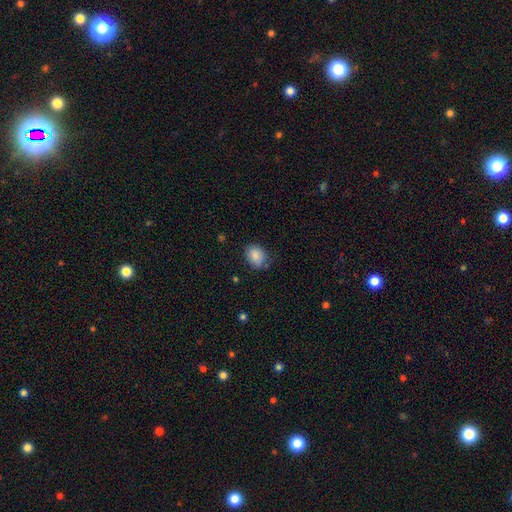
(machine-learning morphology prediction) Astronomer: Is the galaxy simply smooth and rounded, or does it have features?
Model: smooth — 86%.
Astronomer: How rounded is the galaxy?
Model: in between — 64%.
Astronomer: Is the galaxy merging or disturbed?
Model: none — 70%.